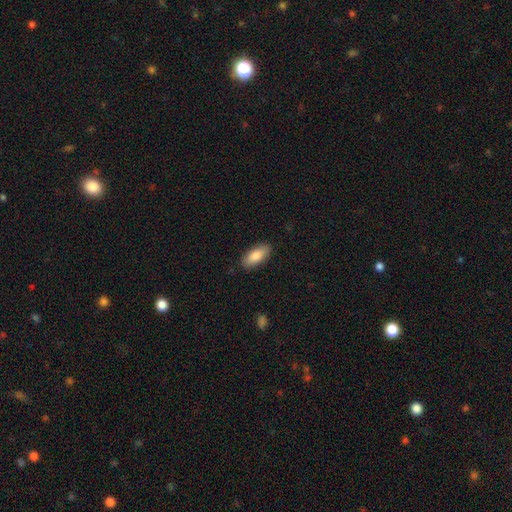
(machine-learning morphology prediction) smooth-or-featured: smooth: 84% | featured or disk: 10% | star or artifact: 6%
  how-rounded: in between: 84% | cigar-shaped: 14% | round: 2%
  merging: none: 87% | minor disturbance: 9% | major disturbance: 2% | merger: 1%